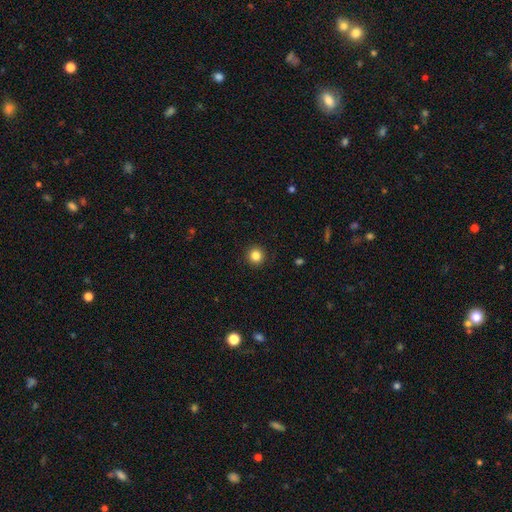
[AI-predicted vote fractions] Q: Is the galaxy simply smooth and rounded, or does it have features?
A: smooth — 84%.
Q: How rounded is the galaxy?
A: round — 95%.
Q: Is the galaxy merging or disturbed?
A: none — 92%.